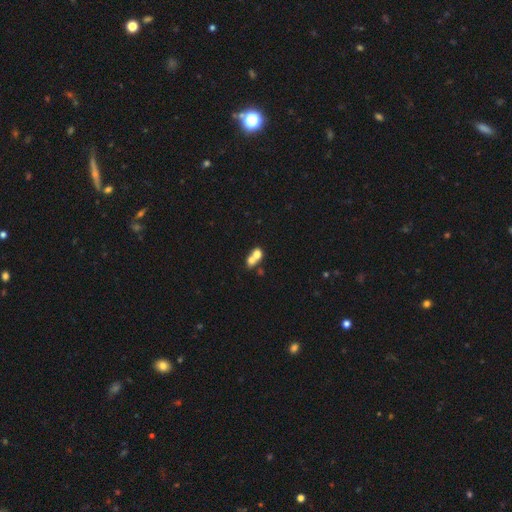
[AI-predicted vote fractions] Smooth or featured? Predicted: smooth (p=0.68). How rounded? Predicted: round (p=0.56). Merging? Predicted: merger (p=0.71).